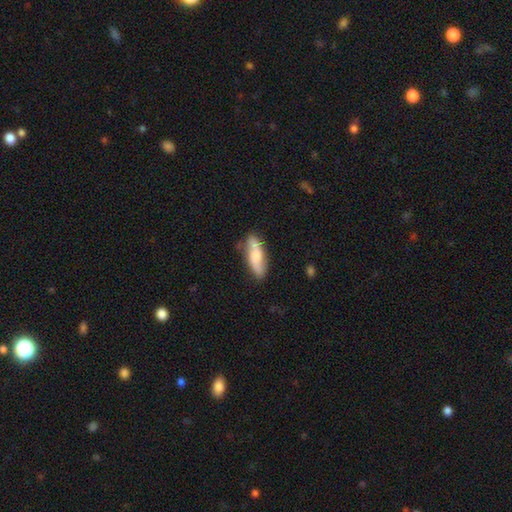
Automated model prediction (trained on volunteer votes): Overall: smooth (59%; featured or disk 35%). How rounded: in between (53%; cigar-shaped 44%). Merging: none (70%).